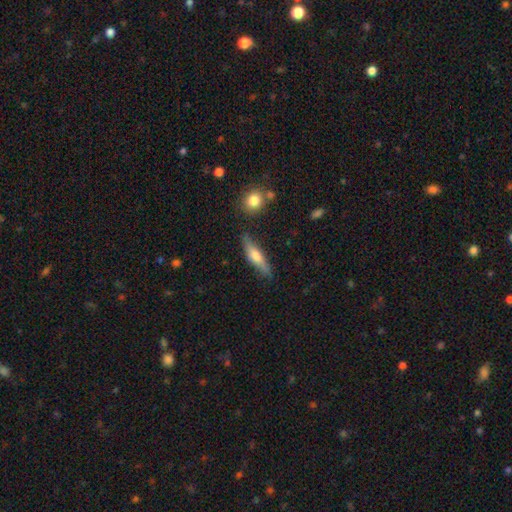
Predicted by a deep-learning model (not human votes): A featured or disk galaxy (47%).

Vote fractions:
- Smooth or featured? featured or disk: 47% / smooth: 46% / star or artifact: 6%
- Merging? none: 81% / minor disturbance: 13% / major disturbance: 3% / merger: 3%